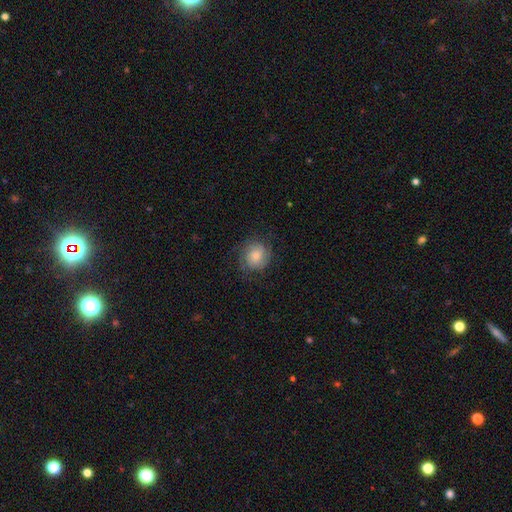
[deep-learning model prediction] This is possibly a smooth galaxy (53%). How rounded: clearly round (85%). Merging: likely none (74%).